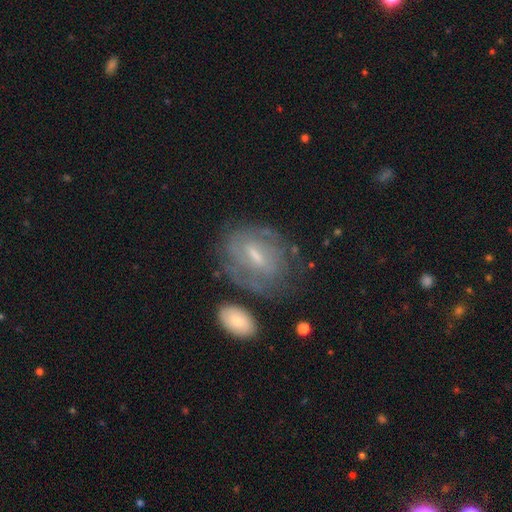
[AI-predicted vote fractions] Smooth or featured? featured or disk (63%)
Edge-on disk? no (93%)
Bar? weak (55%)
Spiral arms? yes (63%)
Bulge size? small (51%)
Merging? none (61%)